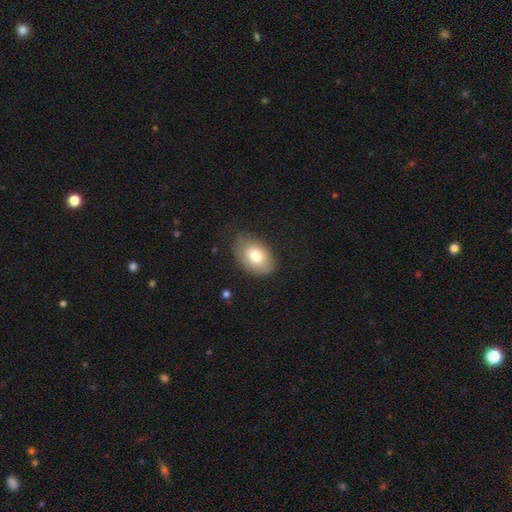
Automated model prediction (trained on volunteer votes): Q: Smooth or featured?
A: smooth (76%); runner-up: featured or disk (17%)
Q: How rounded?
A: in between (85%); runner-up: round (14%)
Q: Merging?
A: none (73%); runner-up: minor disturbance (20%)